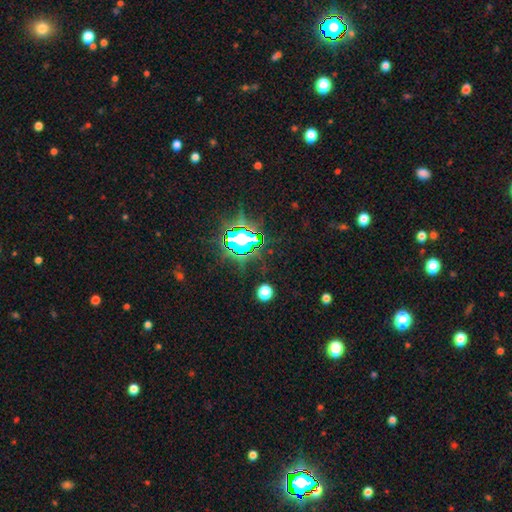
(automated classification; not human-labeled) Smooth or featured? Predicted: star or artifact (p=0.80).